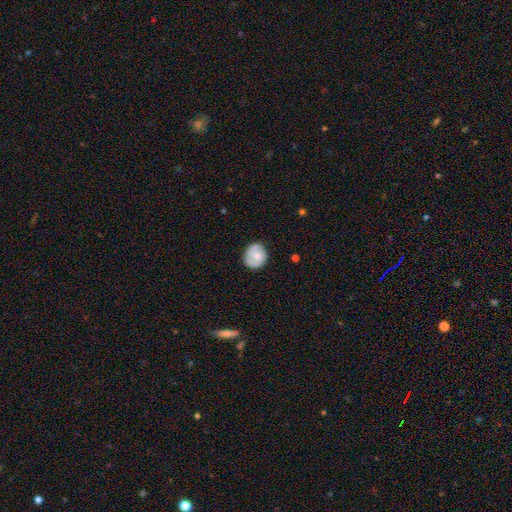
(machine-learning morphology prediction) Smooth or featured?
  - smooth: 48% *
  - featured or disk: 45%
  - star or artifact: 7%
Merging?
  - none: 78% *
  - minor disturbance: 16%
  - major disturbance: 4%
  - merger: 1%